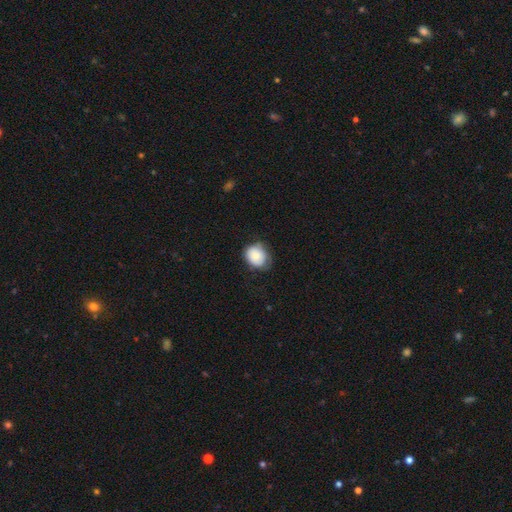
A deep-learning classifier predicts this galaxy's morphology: This appears to be a smooth galaxy with no disk features (81%) that is round (56%). Merging: none (61%).